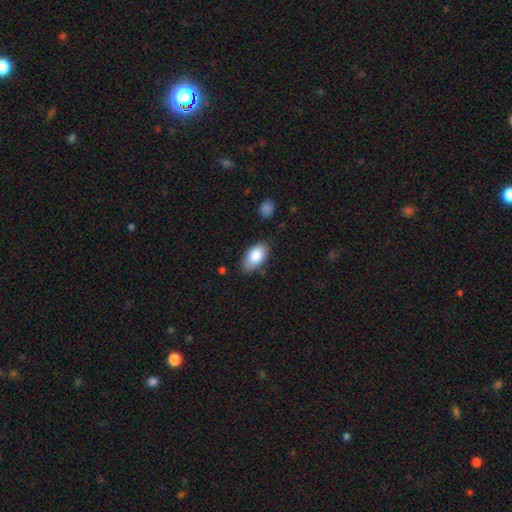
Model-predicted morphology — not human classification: Smooth or featured? Predicted: smooth (p=0.85). How rounded? Predicted: in between (p=0.94). Merging? Predicted: none (p=0.76).